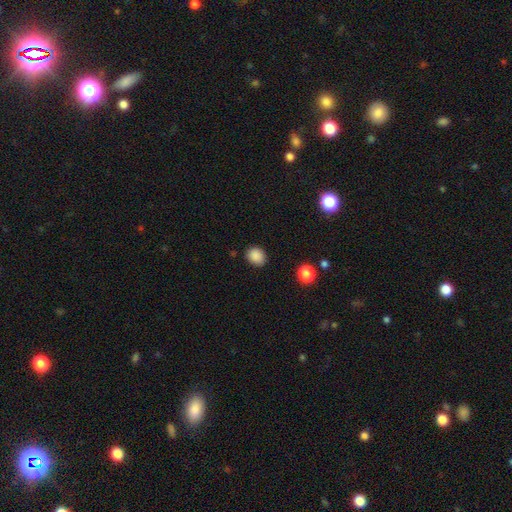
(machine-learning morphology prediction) smooth 87%, star or artifact 10%, featured or disk 3%. Down the decision tree: how rounded — round (60%); merging — none (84%).